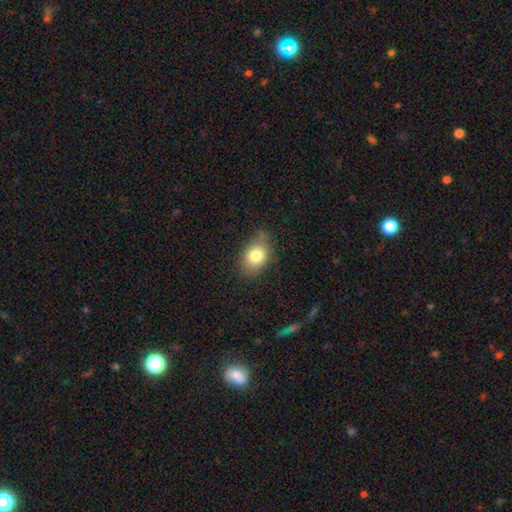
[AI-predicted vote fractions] smooth-or-featured: smooth: 78% | featured or disk: 13% | star or artifact: 9%
  how-rounded: in between: 76% | round: 22% | cigar-shaped: 2%
  merging: none: 61% | minor disturbance: 29% | major disturbance: 7% | merger: 2%